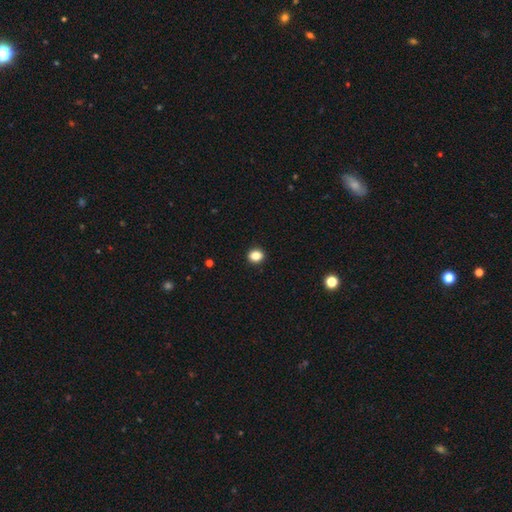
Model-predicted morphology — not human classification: Smooth or featured? Predicted: smooth (p=0.85). How rounded? Predicted: round (p=0.74). Merging? Predicted: none (p=0.93).